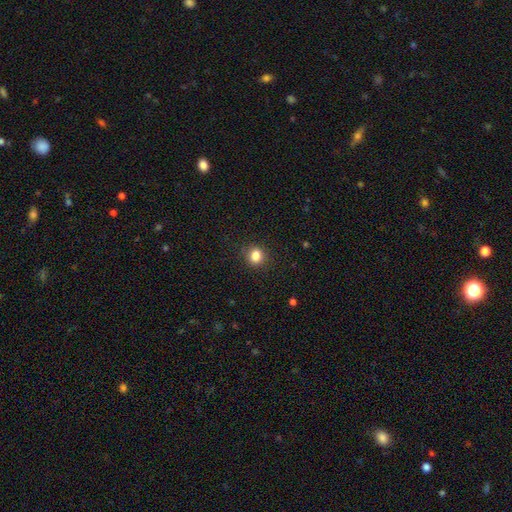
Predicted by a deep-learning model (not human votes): smooth 84%, star or artifact 11%, featured or disk 5%. Down the decision tree: how rounded — round (74%); merging — none (88%).